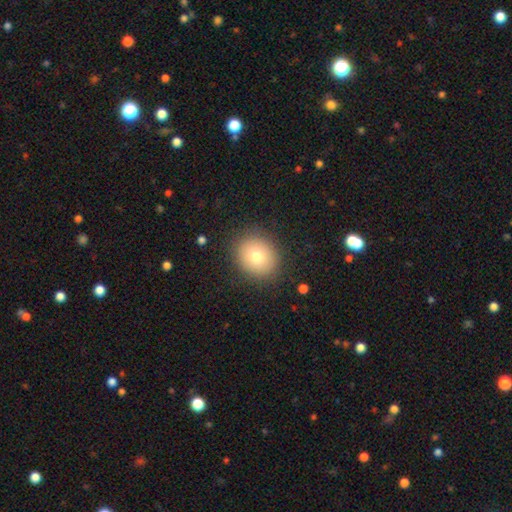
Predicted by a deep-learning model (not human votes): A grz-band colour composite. It shows a smooth galaxy with no disk features (76%) that is round (73%). Merging: none (87%).